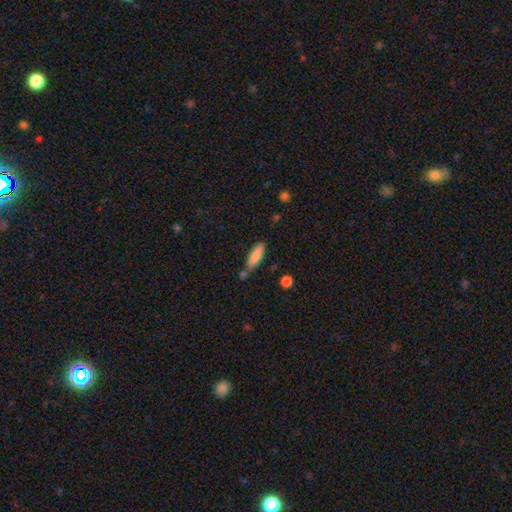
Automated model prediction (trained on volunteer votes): A smooth galaxy with no disk features (85%) that is in between round and cigar-shaped (52%). Merging: none (59%).